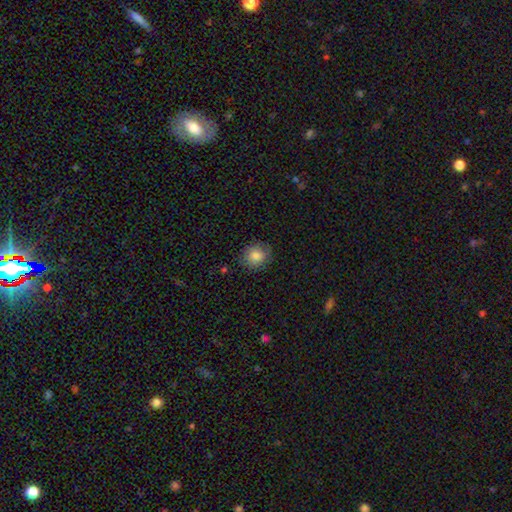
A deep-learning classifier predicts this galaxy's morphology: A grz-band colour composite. It shows a smooth galaxy with no disk features (83%) that is round (80%). Merging: none (83%).